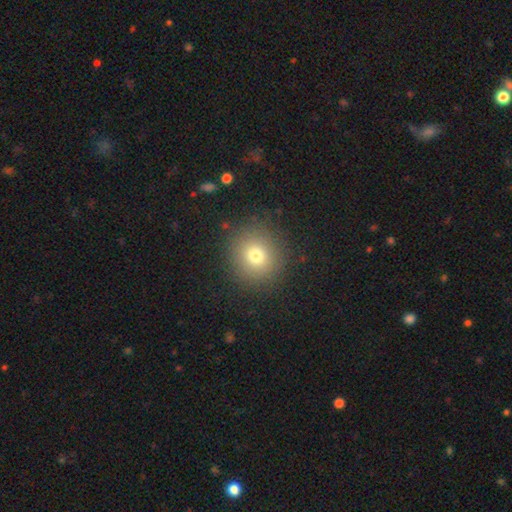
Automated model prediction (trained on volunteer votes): Smooth or featured? smooth (74%)
How rounded? round (91%)
Merging? none (88%)